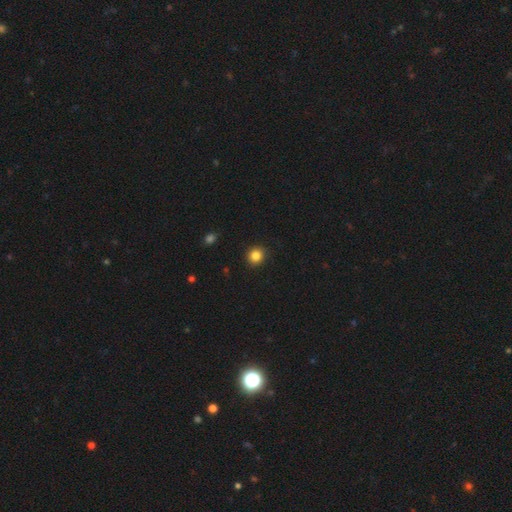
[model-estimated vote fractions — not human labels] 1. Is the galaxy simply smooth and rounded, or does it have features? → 84% smooth, 11% star or artifact, 4% featured or disk.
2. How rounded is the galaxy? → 87% round, 12% in between, 1% cigar-shaped.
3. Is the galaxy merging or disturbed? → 91% none, 6% minor disturbance, 2% major disturbance, 1% merger.